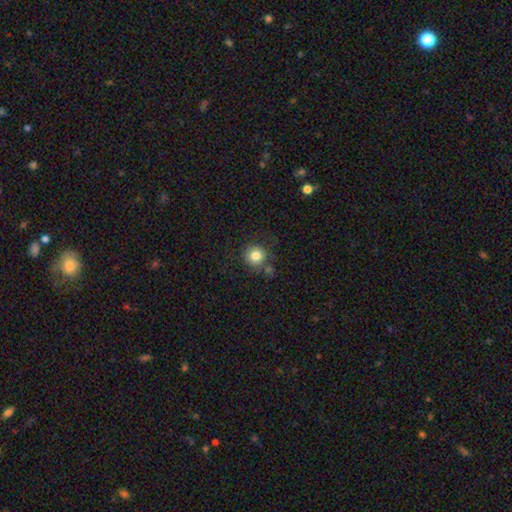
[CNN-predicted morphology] Smooth or featured: smooth — 82% (star or artifact — 11%)
How rounded: round — 93% (in between — 6%)
Merging: none — 75% (minor disturbance — 12%)